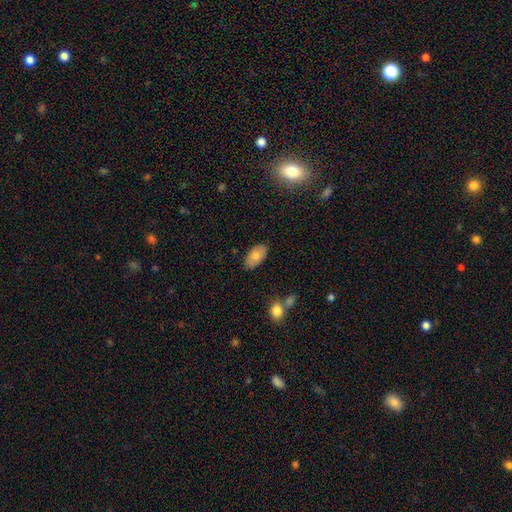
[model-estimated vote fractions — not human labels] Smooth or featured? Predicted: smooth (p=0.77). How rounded? Predicted: in between (p=0.94). Merging? Predicted: none (p=0.82).